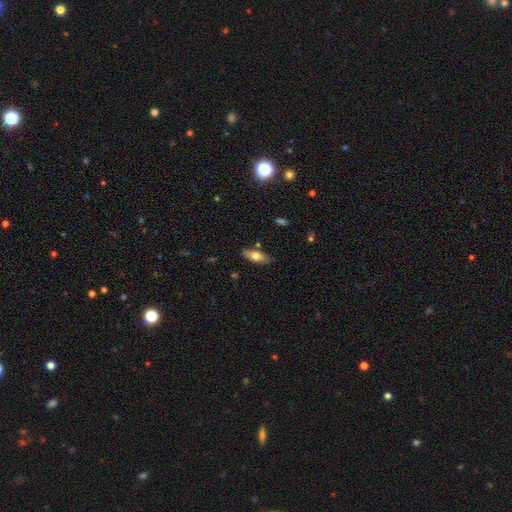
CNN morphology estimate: smooth_or_featured: smooth (p=0.65) [alt: featured or disk p=0.29]
how_rounded: in between (p=0.68) [alt: cigar-shaped p=0.29]
merging: none (p=0.81) [alt: minor disturbance p=0.14]